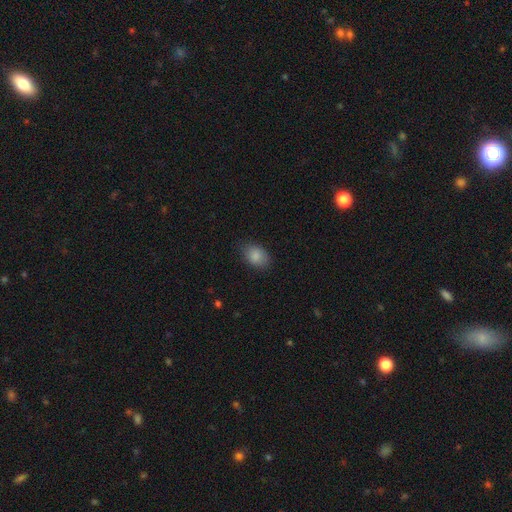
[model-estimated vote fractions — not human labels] smooth 87%, star or artifact 8%, featured or disk 5%. Down the decision tree: how rounded — in between (81%); merging — none (79%).